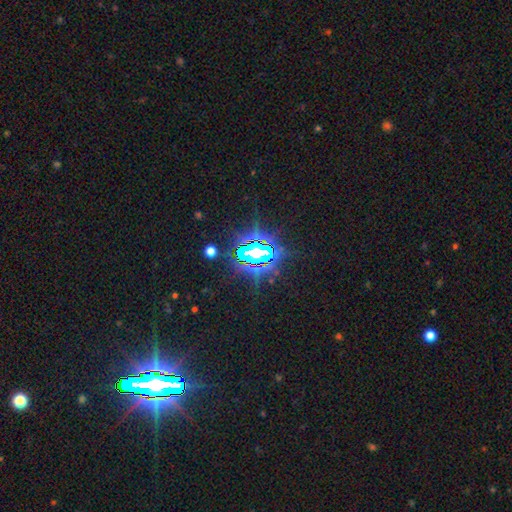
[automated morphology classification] smooth-or-featured: star or artifact: 77% | featured or disk: 11% | smooth: 11%